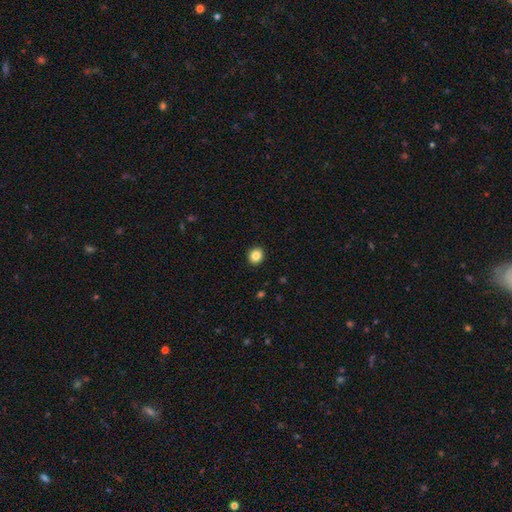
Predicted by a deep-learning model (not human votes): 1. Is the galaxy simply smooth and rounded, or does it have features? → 86% smooth, 10% star or artifact, 4% featured or disk.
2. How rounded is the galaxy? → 80% round, 19% in between, 1% cigar-shaped.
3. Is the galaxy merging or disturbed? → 93% none, 5% minor disturbance, 2% major disturbance, 1% merger.